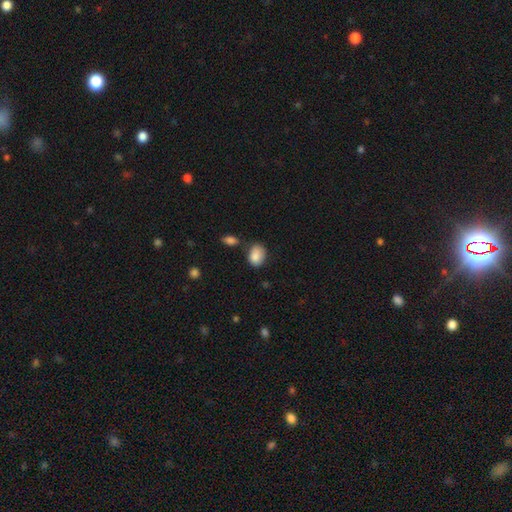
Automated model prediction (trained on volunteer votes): smooth_or_featured: smooth (p=0.87) [alt: star or artifact p=0.07]
how_rounded: in between (p=0.71) [alt: round p=0.28]
merging: none (p=0.64) [alt: minor disturbance p=0.23]